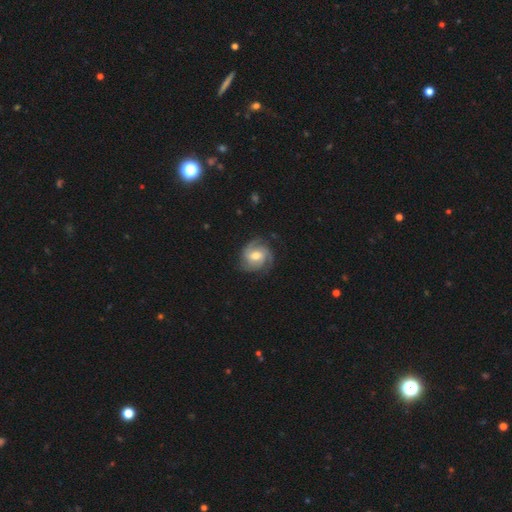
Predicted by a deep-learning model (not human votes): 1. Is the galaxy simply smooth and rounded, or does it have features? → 81% featured or disk, 13% smooth, 6% star or artifact.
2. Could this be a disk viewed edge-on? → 98% no, 2% yes.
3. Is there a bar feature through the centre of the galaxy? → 45% no, 44% weak, 11% strong.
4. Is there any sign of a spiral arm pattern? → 96% yes, 4% no.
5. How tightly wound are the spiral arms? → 51% tight, 39% medium, 10% loose.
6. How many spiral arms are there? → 48% 3, 22% 2, 13% can't tell, 8% 4, 4% 1, 4% more than 4.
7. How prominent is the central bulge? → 71% moderate, 20% small, 7% large, 1% none, 1% dominant.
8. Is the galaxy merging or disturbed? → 75% none, 17% minor disturbance, 7% major disturbance, 1% merger.